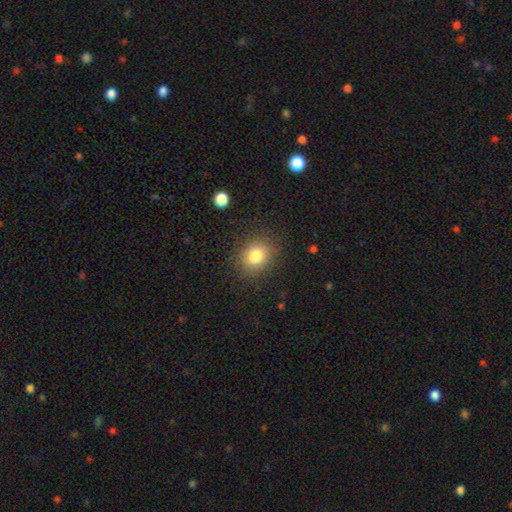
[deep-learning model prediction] Smooth or featured?
  - smooth: 81% *
  - star or artifact: 11%
  - featured or disk: 8%
How rounded?
  - round: 67% *
  - in between: 32%
  - cigar-shaped: 1%
Merging?
  - none: 86% *
  - minor disturbance: 9%
  - major disturbance: 3%
  - merger: 1%